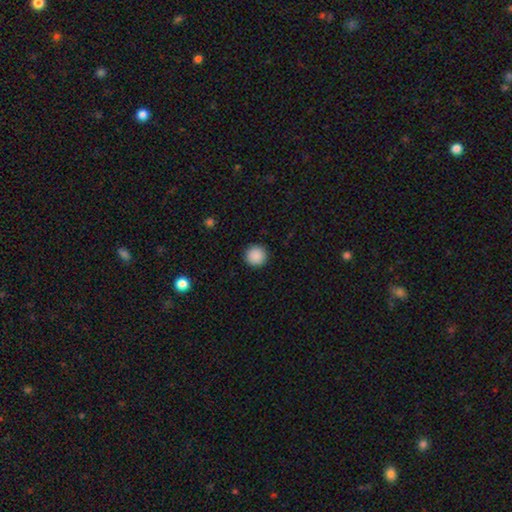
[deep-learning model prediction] Overall: smooth (89%). How rounded: round (96%). Merging: none (93%).